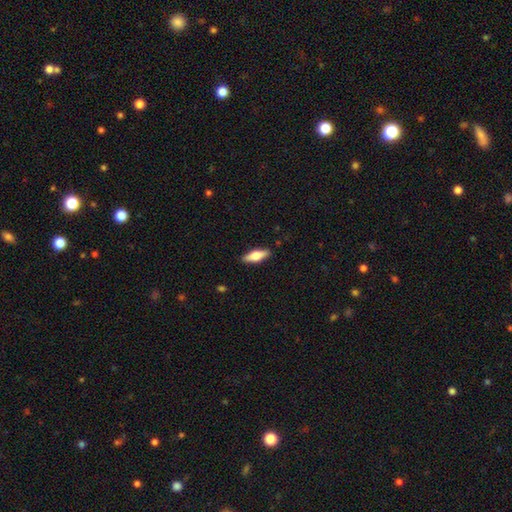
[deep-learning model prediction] Q: Smooth or featured?
A: smooth (55%); runner-up: featured or disk (40%)
Q: How rounded?
A: in between (55%); runner-up: cigar-shaped (42%)
Q: Merging?
A: none (89%); runner-up: minor disturbance (8%)